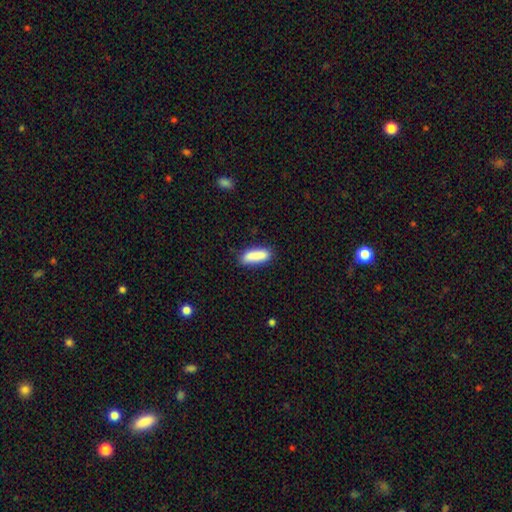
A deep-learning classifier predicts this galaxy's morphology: A smooth galaxy with no disk features (87%) that is in between round and cigar-shaped (56%).

Vote fractions:
- Smooth or featured? smooth: 87% / star or artifact: 7% / featured or disk: 6%
- How rounded? in between: 56% / cigar-shaped: 42% / round: 2%
- Merging? none: 77% / minor disturbance: 17% / major disturbance: 3% / merger: 3%